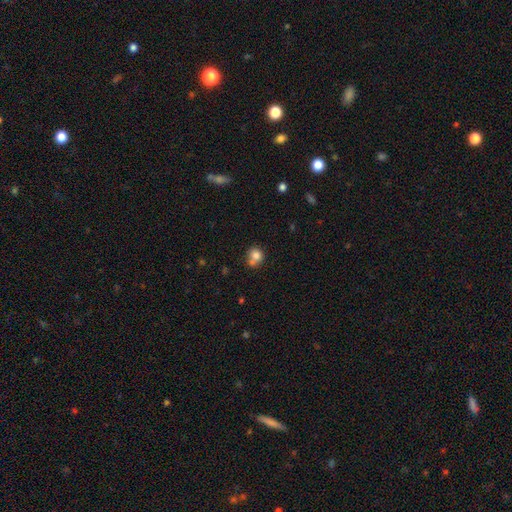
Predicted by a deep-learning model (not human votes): Q: Smooth or featured?
A: smooth (79%); runner-up: star or artifact (11%)
Q: How rounded?
A: round (76%); runner-up: in between (23%)
Q: Merging?
A: none (45%); runner-up: merger (33%)